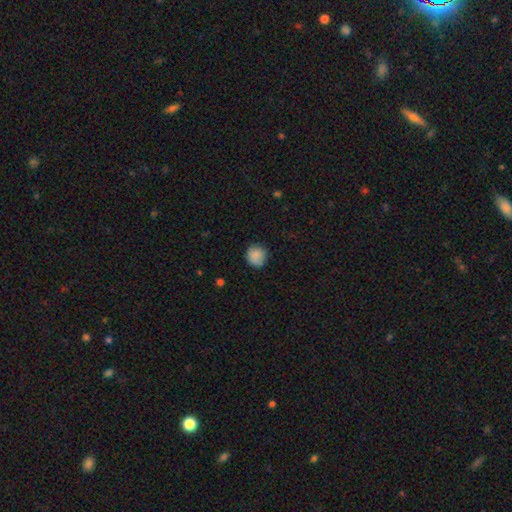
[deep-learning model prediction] smooth_or_featured: smooth (p=0.87) [alt: star or artifact p=0.08]
how_rounded: round (p=0.91) [alt: in between p=0.08]
merging: none (p=0.83) [alt: minor disturbance p=0.14]